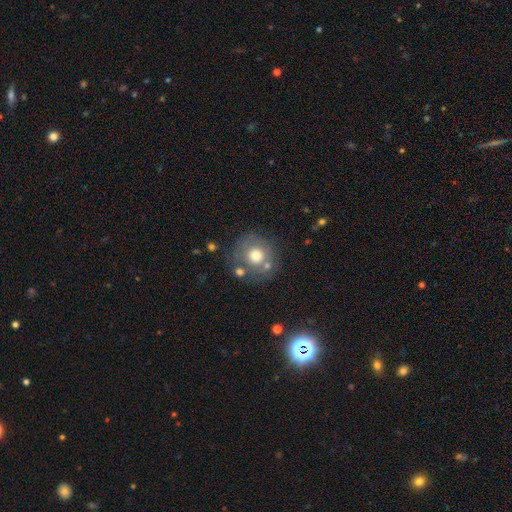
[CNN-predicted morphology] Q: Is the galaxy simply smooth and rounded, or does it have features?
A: smooth — 66%.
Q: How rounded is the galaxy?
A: round — 90%.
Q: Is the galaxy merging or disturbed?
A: none — 67%.